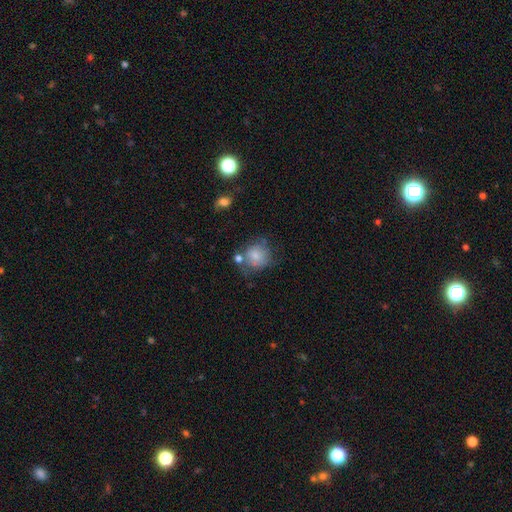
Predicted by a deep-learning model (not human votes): smooth 76%, featured or disk 16%, star or artifact 9%. Down the decision tree: how rounded — round (79%); merging — none (50%).